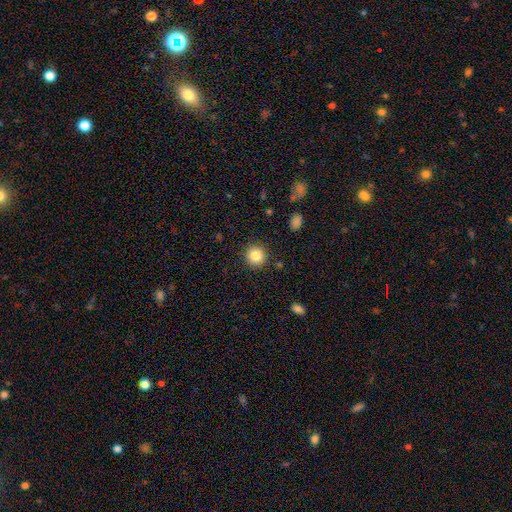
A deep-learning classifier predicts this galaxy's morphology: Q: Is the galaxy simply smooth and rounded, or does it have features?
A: smooth — 84%.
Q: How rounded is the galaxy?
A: round — 92%.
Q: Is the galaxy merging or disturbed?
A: none — 90%.